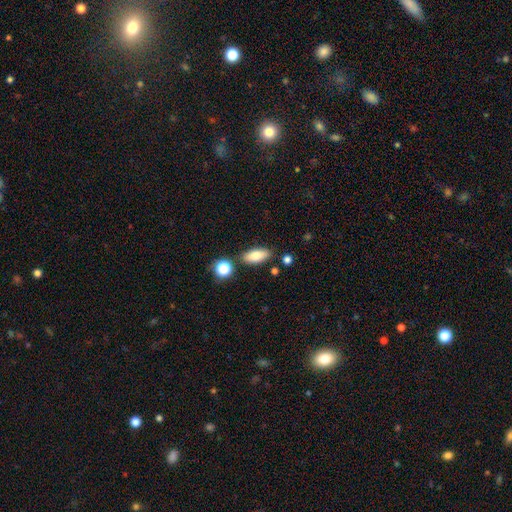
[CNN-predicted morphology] smooth-or-featured: smooth: 79% | featured or disk: 13% | star or artifact: 8%
  how-rounded: in between: 81% | cigar-shaped: 14% | round: 4%
  merging: none: 81% | minor disturbance: 10% | merger: 6% | major disturbance: 3%